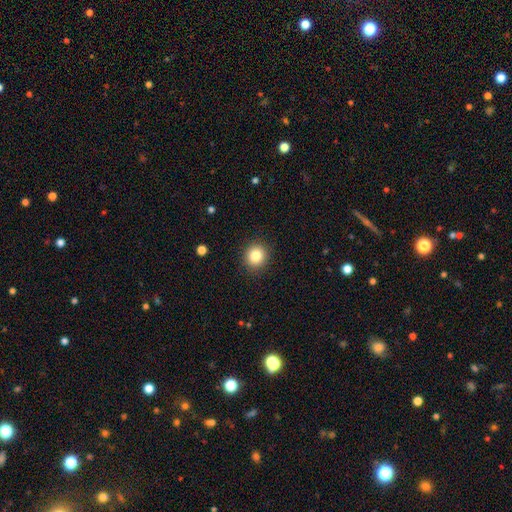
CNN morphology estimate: Smooth or featured: smooth — 83% (star or artifact — 10%)
How rounded: round — 87% (in between — 12%)
Merging: none — 91% (minor disturbance — 6%)